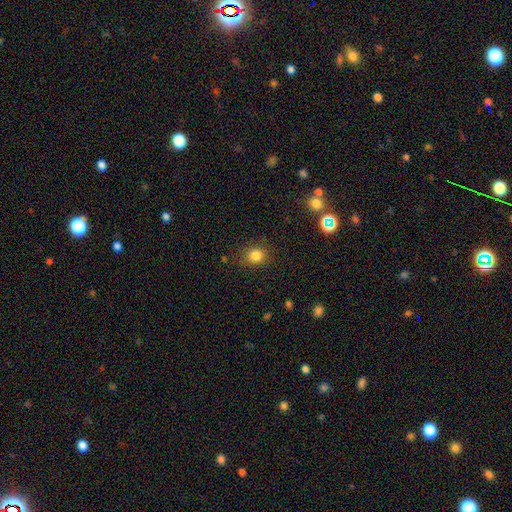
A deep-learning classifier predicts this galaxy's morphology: smooth 83%, star or artifact 12%, featured or disk 5%. Down the decision tree: how rounded — round (71%); merging — none (85%).